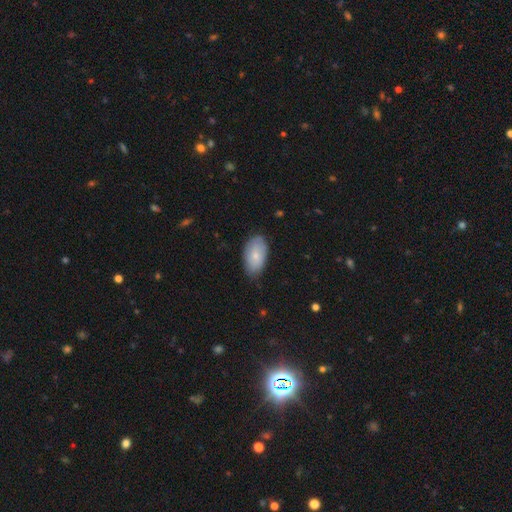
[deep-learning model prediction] The model was most divided on "merging": none: 72%, minor disturbance: 24%, major disturbance: 4%, merger: 1%. More confident: how rounded — in between (94%); smooth or featured — smooth (73%).